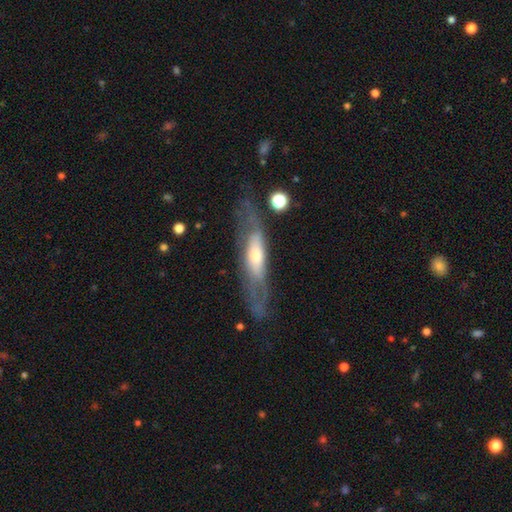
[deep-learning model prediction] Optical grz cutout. It shows a featured or disk galaxy (68%). Merging: none (70%).